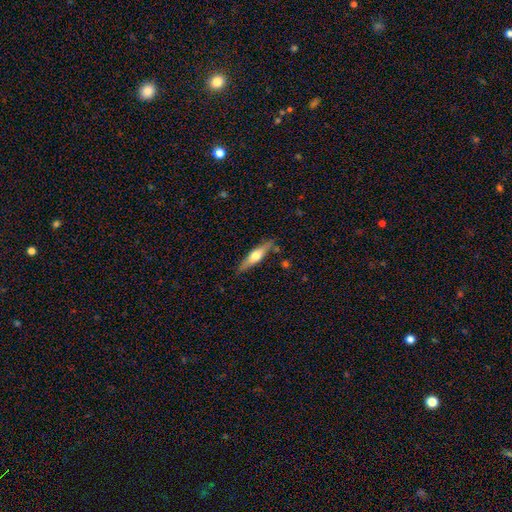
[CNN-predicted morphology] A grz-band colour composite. It shows a featured or disk galaxy (51%) viewed edge-on (91%). Merging: none (82%).